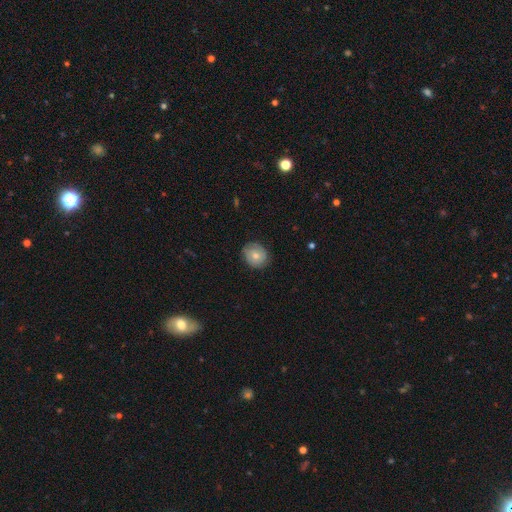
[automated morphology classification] This is likely a smooth galaxy (60%). How rounded: likely round (75%). Merging: likely none (80%).